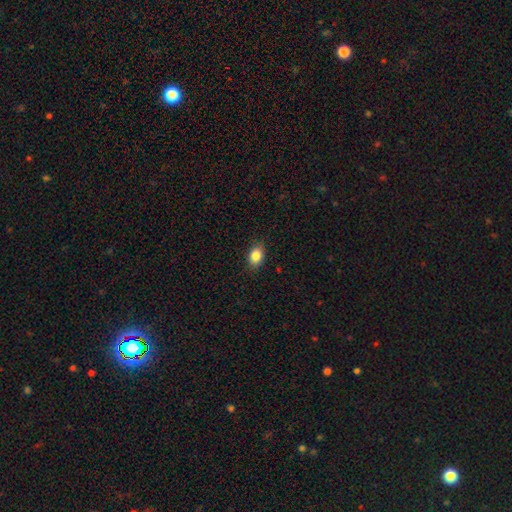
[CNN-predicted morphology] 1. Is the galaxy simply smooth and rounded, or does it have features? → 85% smooth, 9% star or artifact, 6% featured or disk.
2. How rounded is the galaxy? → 78% in between, 21% round, 2% cigar-shaped.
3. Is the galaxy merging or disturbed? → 86% none, 10% minor disturbance, 2% major disturbance, 1% merger.